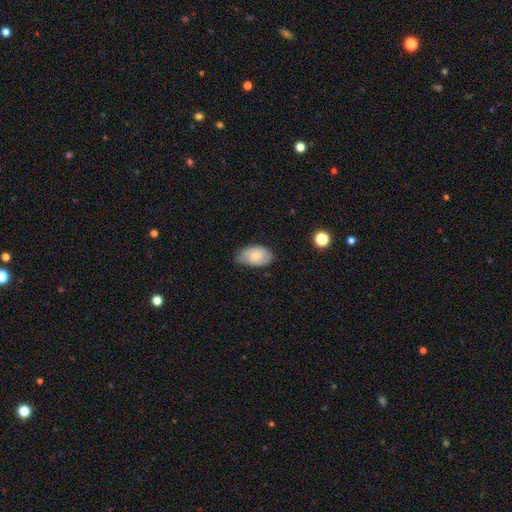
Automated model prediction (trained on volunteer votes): Morphology: type=smooth (70%); roundness=in between (91%); merging=none (62%).